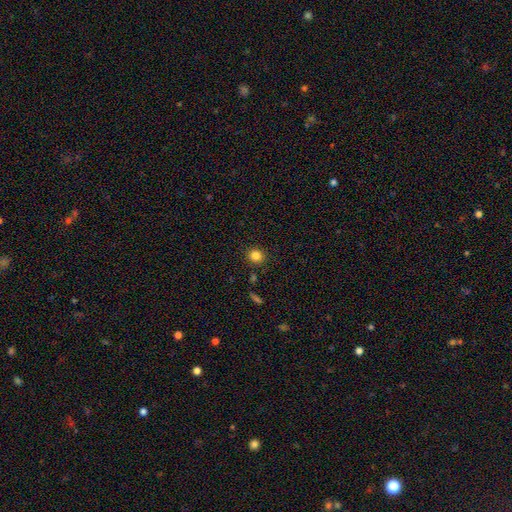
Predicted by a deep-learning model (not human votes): This is clearly a smooth galaxy (83%). How rounded: clearly round (89%). Merging: clearly none (88%).